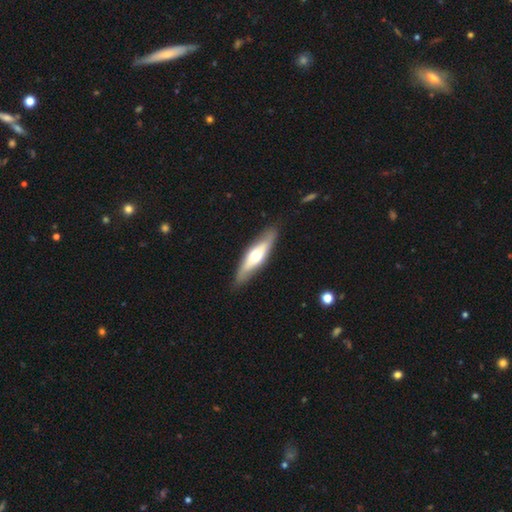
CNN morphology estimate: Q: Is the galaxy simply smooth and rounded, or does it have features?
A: featured or disk — 53%.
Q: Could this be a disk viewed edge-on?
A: yes — 68%.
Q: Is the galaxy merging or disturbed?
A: none — 85%.